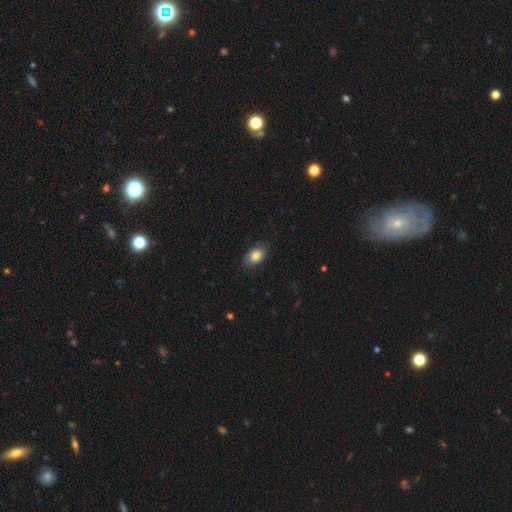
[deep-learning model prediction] A smooth galaxy with no disk features (84%) that is in between round and cigar-shaped (85%). Merging: none (79%).